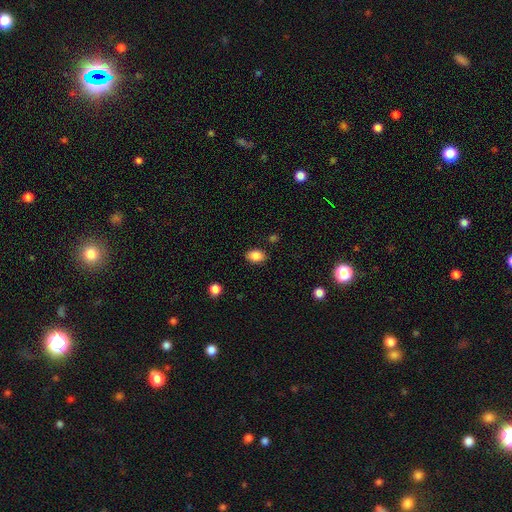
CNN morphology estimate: Smooth or featured?
  - smooth: 87% *
  - star or artifact: 9%
  - featured or disk: 4%
How rounded?
  - in between: 79% *
  - round: 20%
  - cigar-shaped: 1%
Merging?
  - none: 86% *
  - minor disturbance: 10%
  - major disturbance: 3%
  - merger: 2%